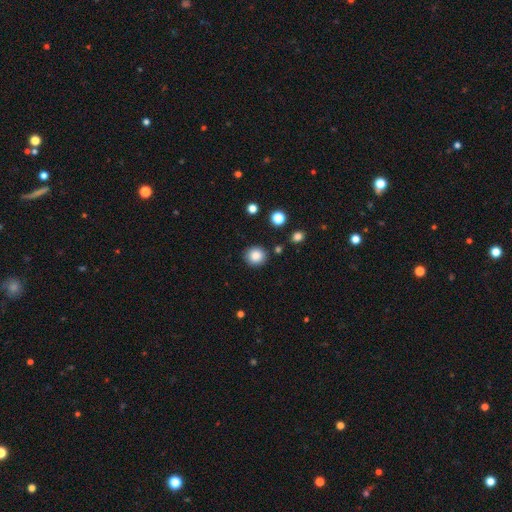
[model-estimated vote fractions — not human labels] The model was most divided on "smooth or featured": smooth: 86%, star or artifact: 9%, featured or disk: 4%. More confident: how rounded — round (89%); merging — none (88%).